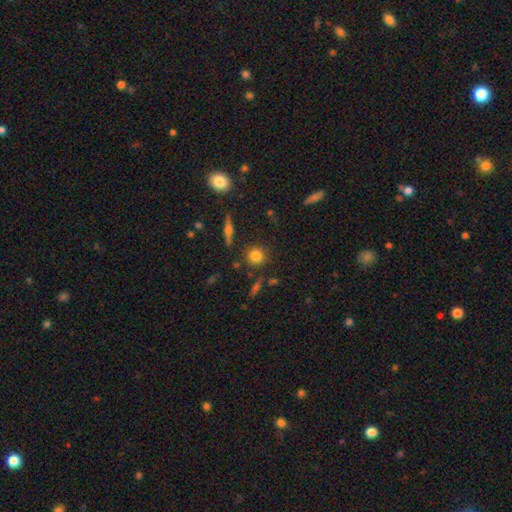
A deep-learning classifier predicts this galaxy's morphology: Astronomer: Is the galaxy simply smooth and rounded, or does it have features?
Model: smooth — 77%.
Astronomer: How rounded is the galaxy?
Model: round — 89%.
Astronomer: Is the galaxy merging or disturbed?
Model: none — 84%.